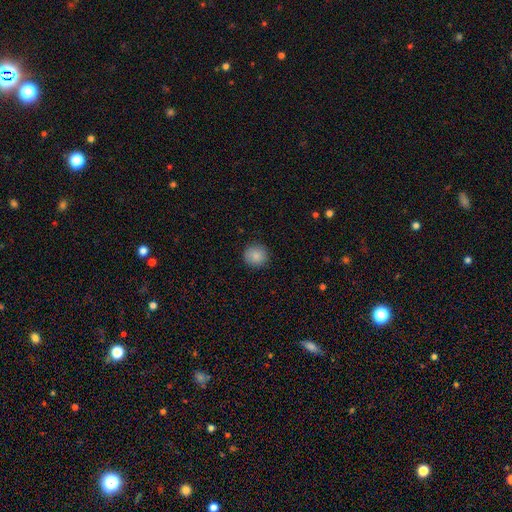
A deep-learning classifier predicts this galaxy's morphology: Smooth or featured? smooth (87%)
How rounded? round (93%)
Merging? none (91%)